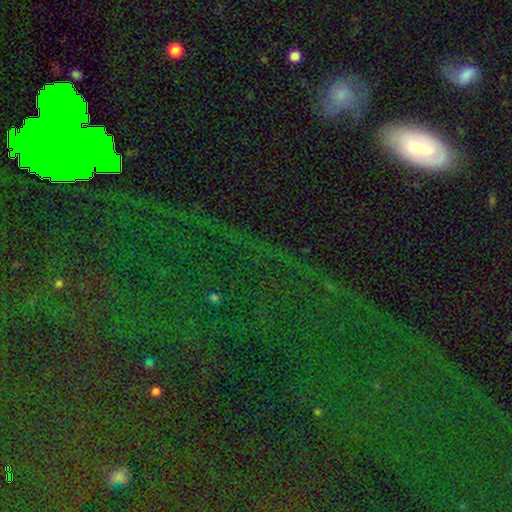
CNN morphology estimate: The model was most divided on "smooth or featured": star or artifact: 66%, smooth: 20%, featured or disk: 14%.